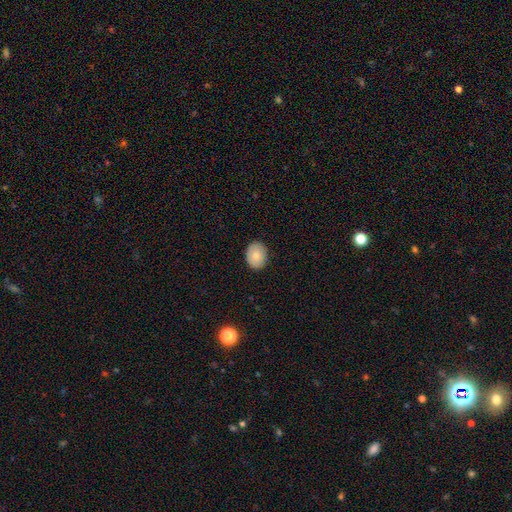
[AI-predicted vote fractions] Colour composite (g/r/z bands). It shows a smooth galaxy with no disk features (79%) that is in between round and cigar-shaped (67%). Merging: none (87%).